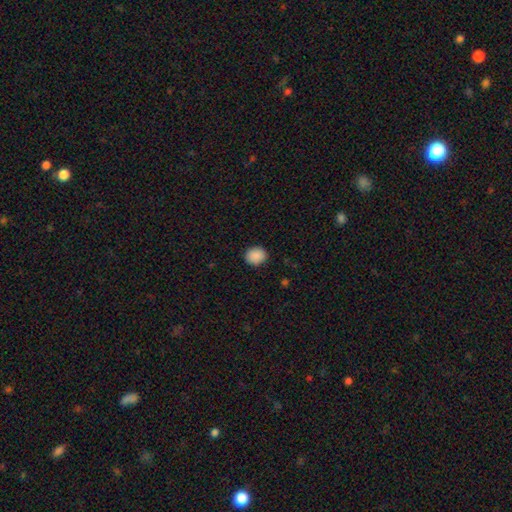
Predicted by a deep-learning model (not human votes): Smooth or featured?
  - smooth: 89% *
  - star or artifact: 8%
  - featured or disk: 2%
How rounded?
  - round: 72% *
  - in between: 27%
  - cigar-shaped: 1%
Merging?
  - none: 89% *
  - minor disturbance: 8%
  - major disturbance: 2%
  - merger: 1%